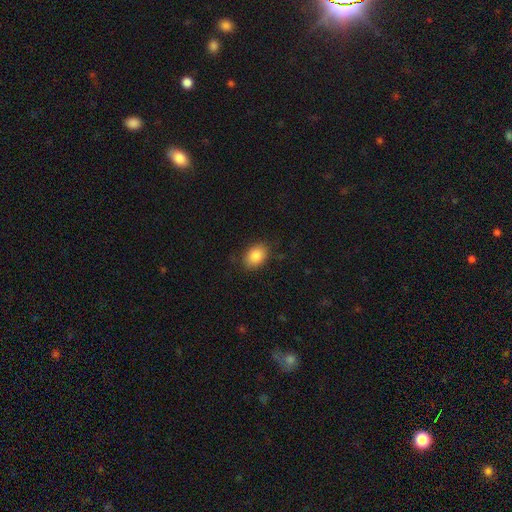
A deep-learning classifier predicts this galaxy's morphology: Q: Smooth or featured?
A: smooth (86%); runner-up: star or artifact (8%)
Q: How rounded?
A: in between (78%); runner-up: round (21%)
Q: Merging?
A: none (82%); runner-up: minor disturbance (14%)